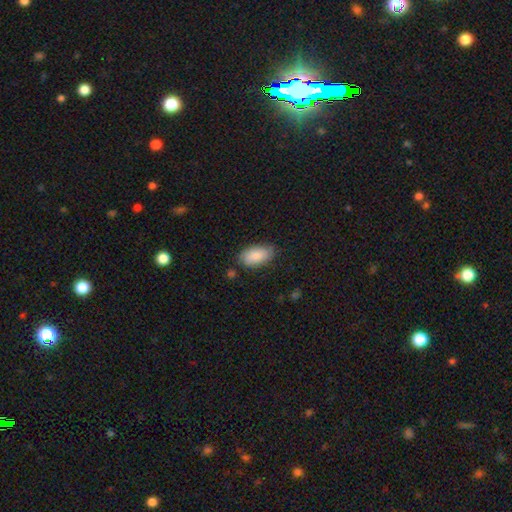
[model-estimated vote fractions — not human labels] smooth_or_featured: smooth (p=0.85) [alt: featured or disk p=0.09]
how_rounded: in between (p=0.94) [alt: round p=0.03]
merging: none (p=0.77) [alt: minor disturbance p=0.17]